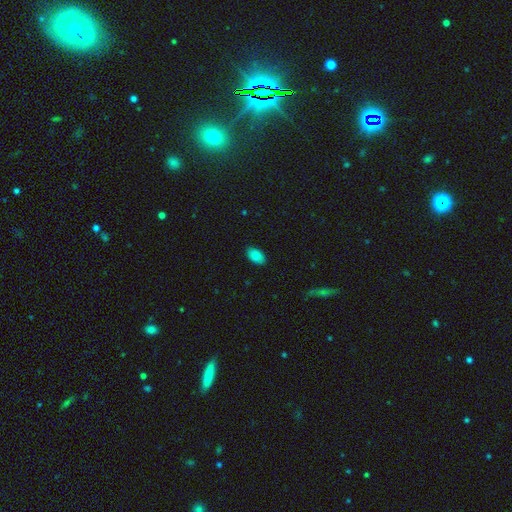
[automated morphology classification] The model was most divided on "merging": none: 87%, minor disturbance: 9%, major disturbance: 2%, merger: 1%. More confident: how rounded — in between (93%); smooth or featured — smooth (87%).